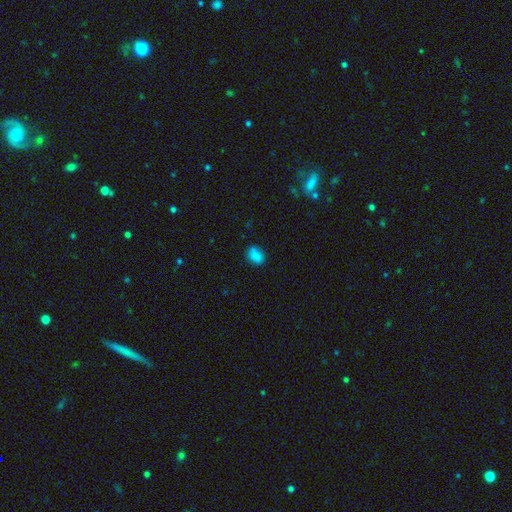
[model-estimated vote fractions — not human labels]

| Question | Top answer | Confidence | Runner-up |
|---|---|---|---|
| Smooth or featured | smooth | 84% | star or artifact (11%) |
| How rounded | in between | 67% | round (32%) |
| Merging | none | 72% | minor disturbance (20%) |